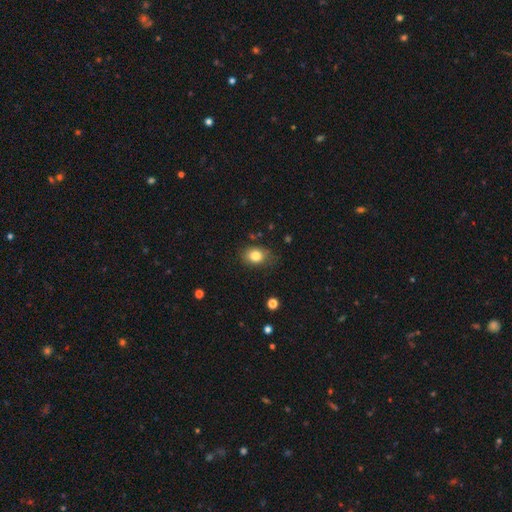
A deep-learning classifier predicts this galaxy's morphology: The model was most divided on "how rounded": in between: 60%, round: 39%, cigar-shaped: 1%. More confident: smooth or featured — smooth (82%); merging — none (72%).